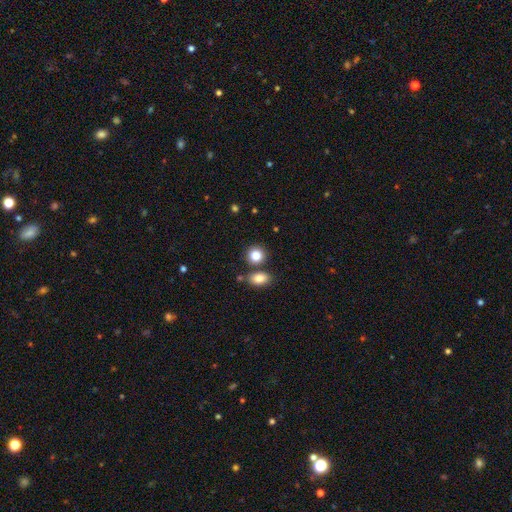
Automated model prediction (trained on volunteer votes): Morphology: type=smooth (83%); roundness=round (76%); merging=none (70%).